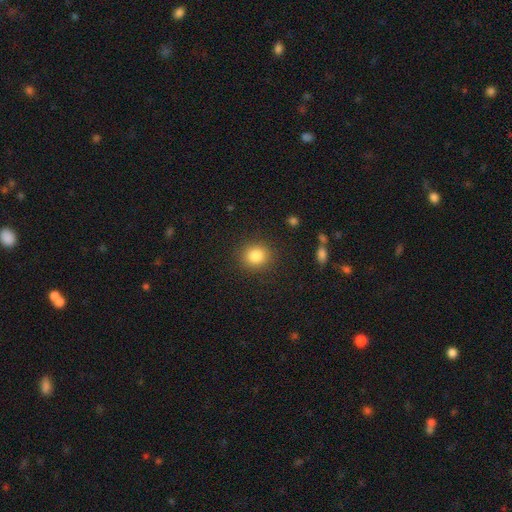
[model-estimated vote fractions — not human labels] The model was most divided on "how rounded": round: 82%, in between: 17%, cigar-shaped: 1%. More confident: merging — none (89%); smooth or featured — smooth (84%).